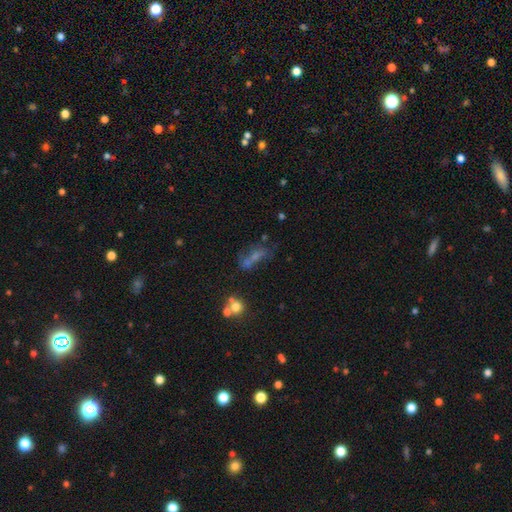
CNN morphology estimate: A smooth galaxy with no disk features (36%). Merging: none (44%).